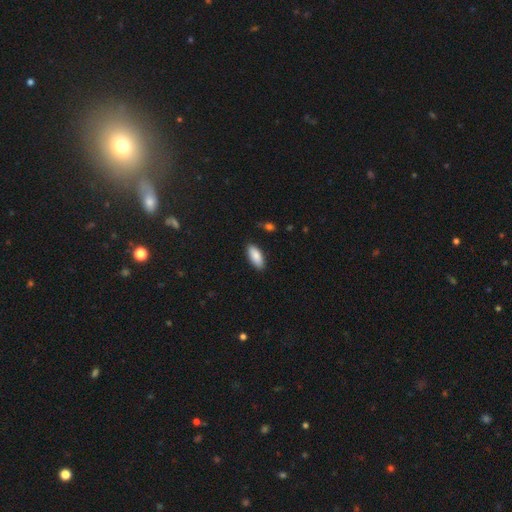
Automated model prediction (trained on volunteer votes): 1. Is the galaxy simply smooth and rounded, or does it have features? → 87% smooth, 7% featured or disk, 6% star or artifact.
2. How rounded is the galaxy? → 86% in between, 12% cigar-shaped, 2% round.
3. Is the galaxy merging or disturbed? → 86% none, 11% minor disturbance, 2% major disturbance, 1% merger.